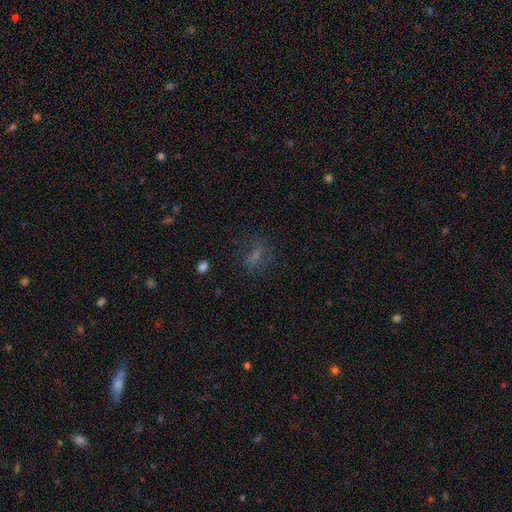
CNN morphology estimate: smooth-or-featured: smooth: 55% | star or artifact: 23% | featured or disk: 23%
  how-rounded: in between: 58% | cigar-shaped: 22% | round: 20%
  merging: none: 69% | minor disturbance: 17% | major disturbance: 13% | merger: 2%